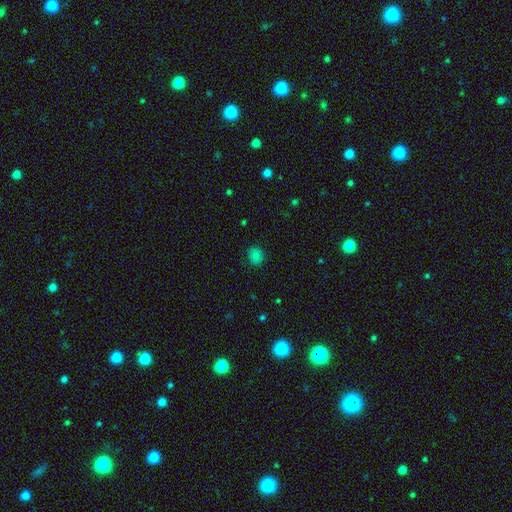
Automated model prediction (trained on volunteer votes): The model was most divided on "how rounded": round: 77%, in between: 22%, cigar-shaped: 1%. More confident: merging — none (86%); smooth or featured — smooth (80%).